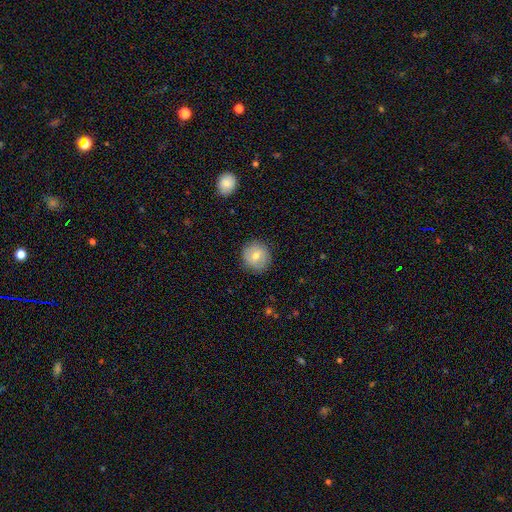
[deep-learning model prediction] A smooth galaxy with no disk features (64%) that is round (90%).

Vote fractions:
- Smooth or featured? smooth: 64% / featured or disk: 28% / star or artifact: 8%
- How rounded? round: 90% / in between: 9% / cigar-shaped: 1%
- Merging? none: 87% / minor disturbance: 10% / major disturbance: 2% / merger: 1%